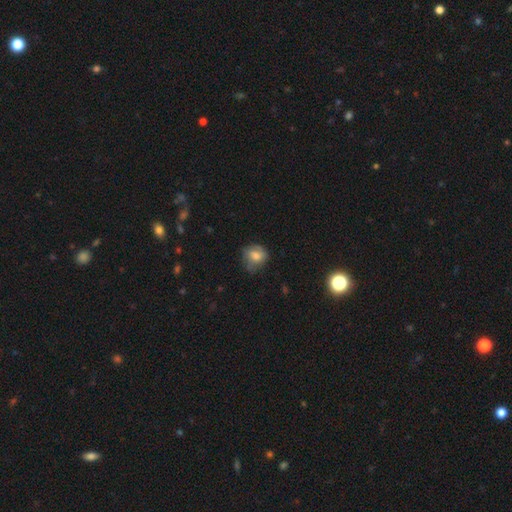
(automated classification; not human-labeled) The model was most divided on "merging": none: 58%, minor disturbance: 30%, major disturbance: 11%, merger: 2%. More confident: smooth or featured — smooth (70%); how rounded — round (69%).